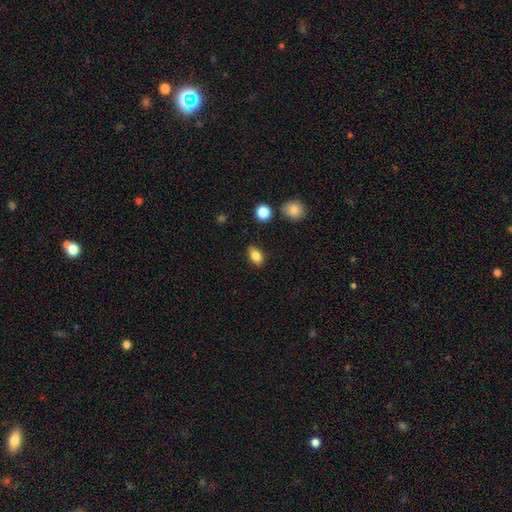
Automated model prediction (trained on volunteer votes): Q: Smooth or featured?
A: smooth (82%); runner-up: star or artifact (9%)
Q: How rounded?
A: in between (82%); runner-up: round (15%)
Q: Merging?
A: none (83%); runner-up: minor disturbance (12%)